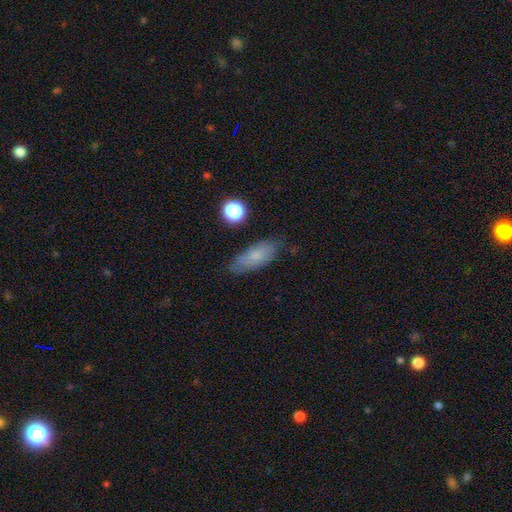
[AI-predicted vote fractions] Smooth or featured: smooth — 71% (featured or disk — 20%)
How rounded: in between — 73% (cigar-shaped — 23%)
Merging: none — 72% (minor disturbance — 21%)